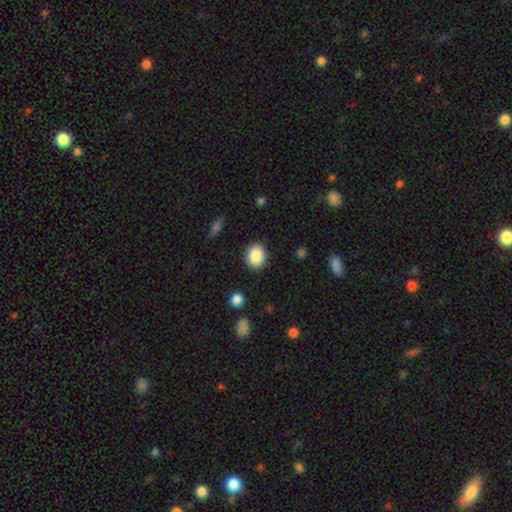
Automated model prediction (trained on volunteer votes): smooth_or_featured: smooth (p=0.87) [alt: star or artifact p=0.08]
how_rounded: round (p=0.54) [alt: in between p=0.45]
merging: none (p=0.88) [alt: minor disturbance p=0.08]